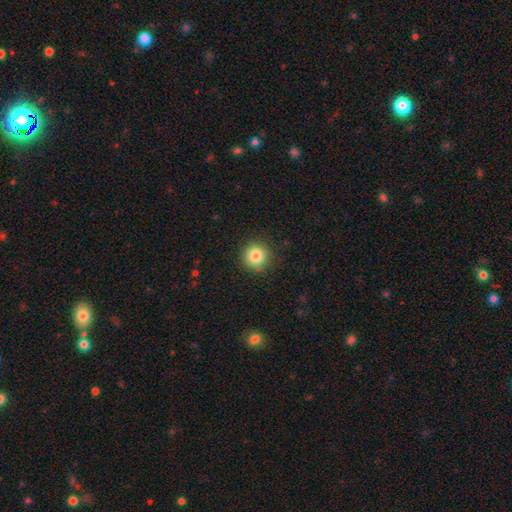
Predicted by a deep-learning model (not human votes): Smooth or featured? Predicted: smooth (p=0.84). How rounded? Predicted: round (p=0.94). Merging? Predicted: none (p=0.90).